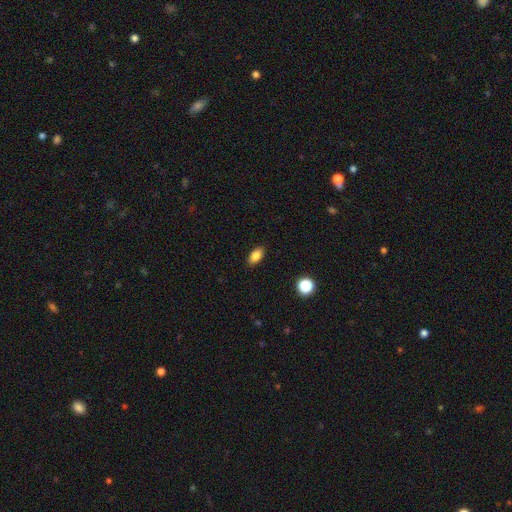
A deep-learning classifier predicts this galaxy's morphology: Overall: smooth (85%). How rounded: in between (89%). Merging: none (89%).